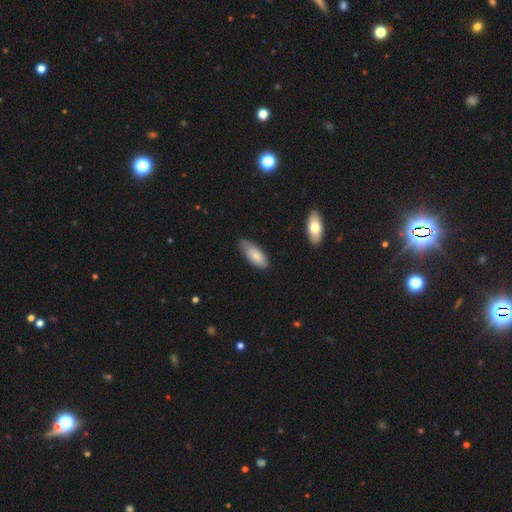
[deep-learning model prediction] The model was most divided on "merging": none: 66%, minor disturbance: 28%, major disturbance: 4%, merger: 2%. More confident: how rounded — in between (80%); smooth or featured — smooth (78%).